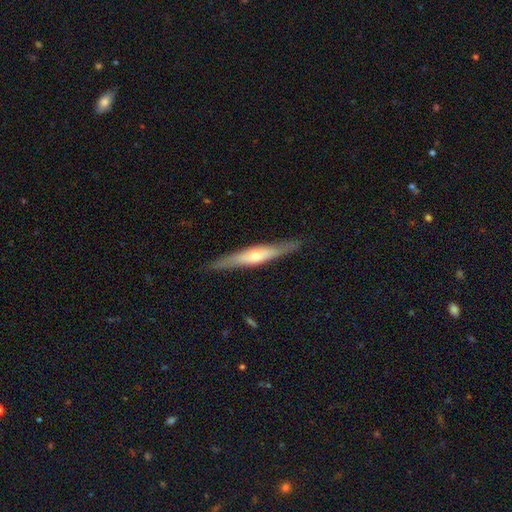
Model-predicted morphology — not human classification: featured or disk 62%, smooth 32%, star or artifact 6%. Down the decision tree: edge-on disk — yes (90%); edge-on bulge — rounded (80%); merging — none (87%).